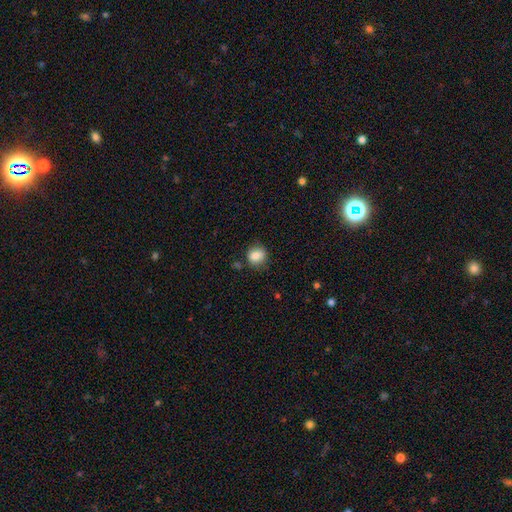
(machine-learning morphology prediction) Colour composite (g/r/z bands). It shows a smooth galaxy with no disk features (84%) that is round (72%). Merging: none (75%).